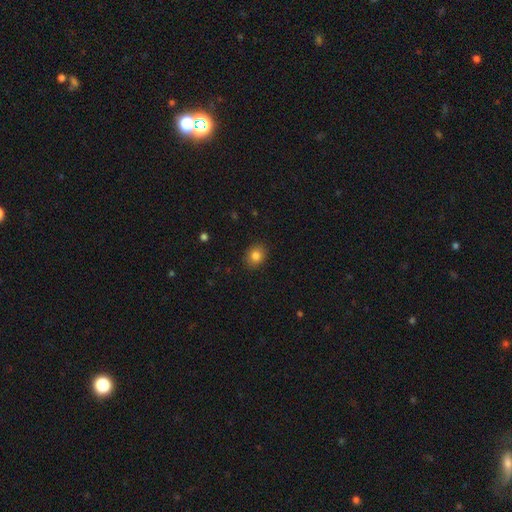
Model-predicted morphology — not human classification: Smooth or featured? Predicted: smooth (p=0.83). How rounded? Predicted: round (p=0.57). Merging? Predicted: none (p=0.89).